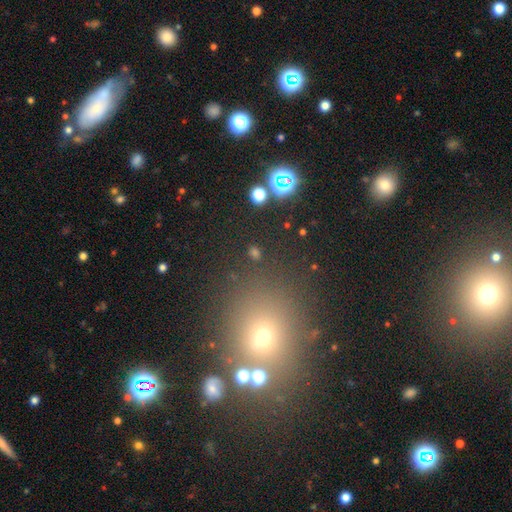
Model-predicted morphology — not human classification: smooth 48%, star or artifact 42%, featured or disk 11%. Down the decision tree: merging — none (77%).